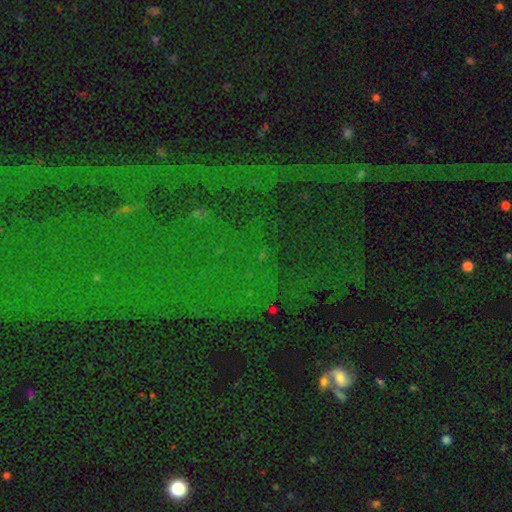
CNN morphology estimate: This is clearly a star or artifact rather than a galaxy (84%).